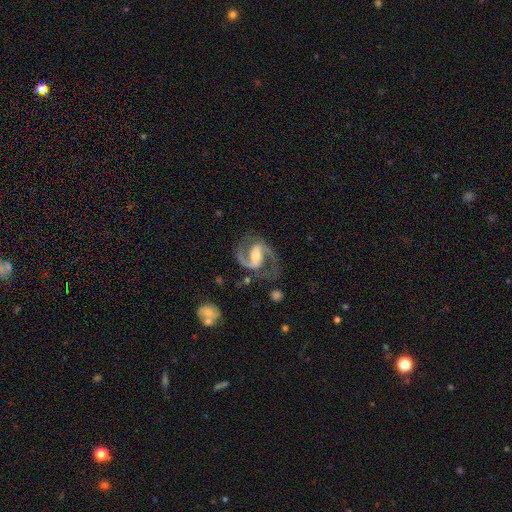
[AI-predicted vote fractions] Smooth or featured: featured or disk — 92% (star or artifact — 4%)
Edge-on disk: no — 98% (yes — 2%)
Bar: strong — 44% (weak — 39%)
Spiral arms: yes — 98% (no — 2%)
Spiral winding: medium — 65% (loose — 21%)
Spiral arm count: 2 — 93% (1 — 2%)
Bulge size: moderate — 63% (small — 26%)
Merging: none — 77% (minor disturbance — 14%)